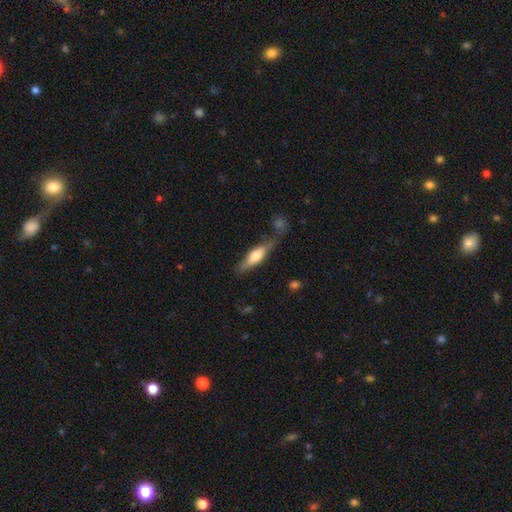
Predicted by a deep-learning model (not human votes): A smooth galaxy with no disk features (51%) that is cigar-shaped (66%). Merging: none (60%).